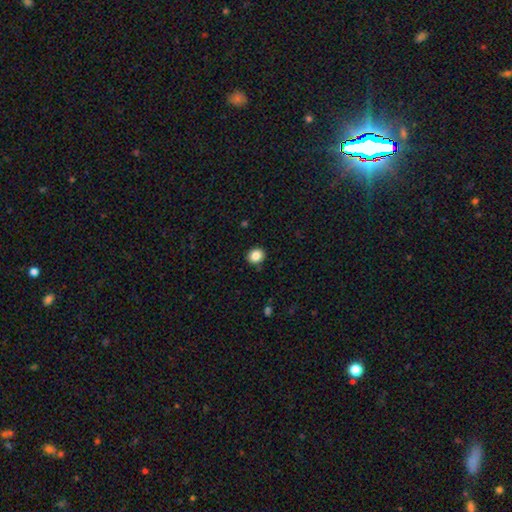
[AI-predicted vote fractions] Smooth or featured?
  - smooth: 85% *
  - star or artifact: 10%
  - featured or disk: 5%
How rounded?
  - round: 83% *
  - in between: 16%
  - cigar-shaped: 1%
Merging?
  - none: 89% *
  - minor disturbance: 8%
  - major disturbance: 2%
  - merger: 1%